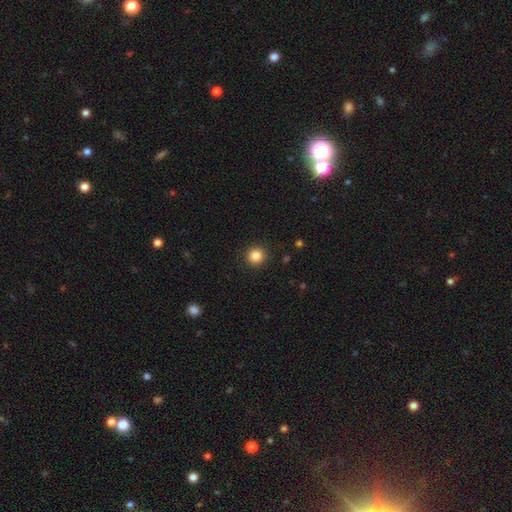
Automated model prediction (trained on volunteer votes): Smooth or featured? smooth (85%)
How rounded? round (94%)
Merging? none (92%)